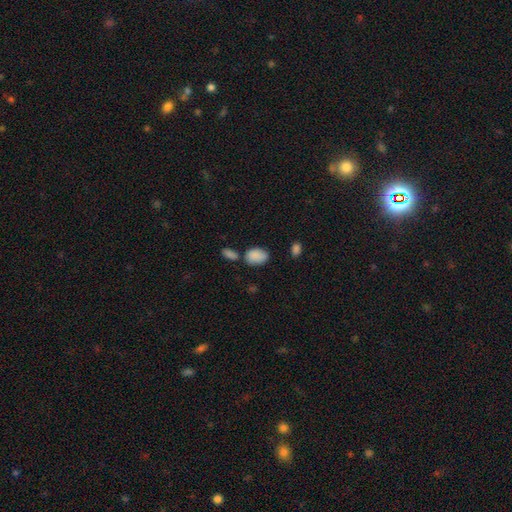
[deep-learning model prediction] Smooth or featured: smooth — 87% (star or artifact — 8%)
How rounded: in between — 85% (round — 14%)
Merging: none — 60% (minor disturbance — 19%)